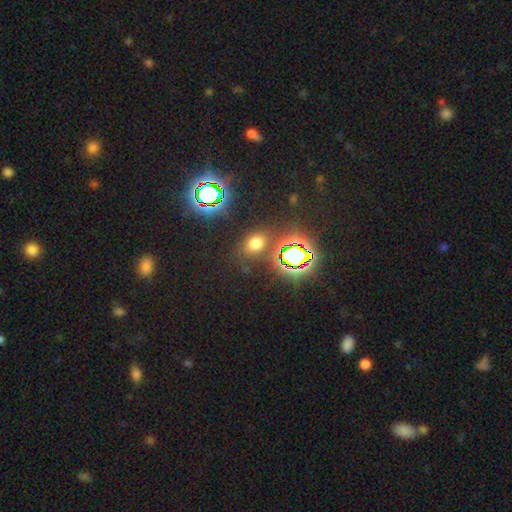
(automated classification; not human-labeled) smooth-or-featured: star or artifact: 76% | smooth: 17% | featured or disk: 7%